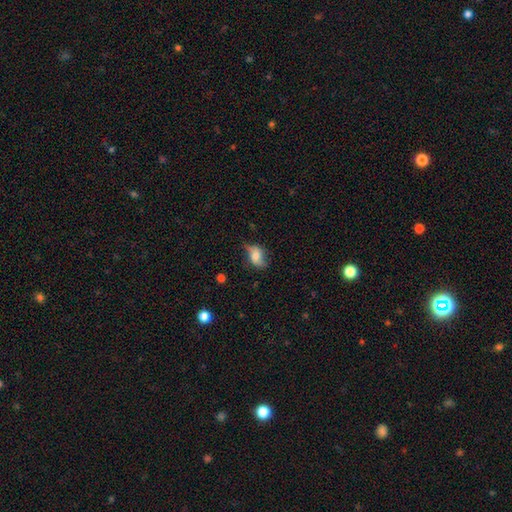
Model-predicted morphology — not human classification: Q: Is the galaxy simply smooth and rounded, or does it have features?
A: smooth — 46%.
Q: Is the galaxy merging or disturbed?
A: none — 57%.